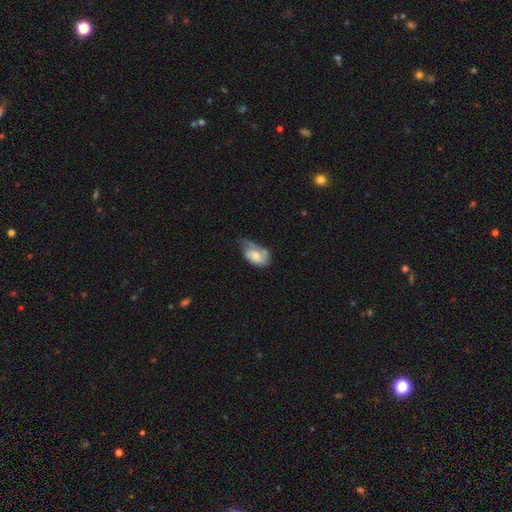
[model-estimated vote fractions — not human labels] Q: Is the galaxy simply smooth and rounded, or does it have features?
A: smooth — 59%.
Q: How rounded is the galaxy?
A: in between — 90%.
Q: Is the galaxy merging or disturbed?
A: minor disturbance — 39%.